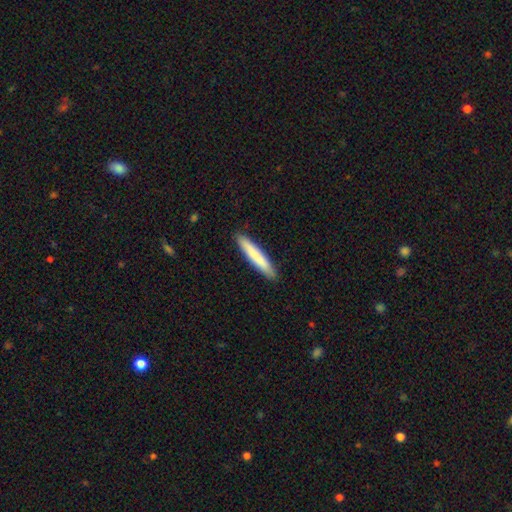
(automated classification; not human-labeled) Morphology: type=smooth (79%); roundness=cigar-shaped (93%); merging=none (91%).